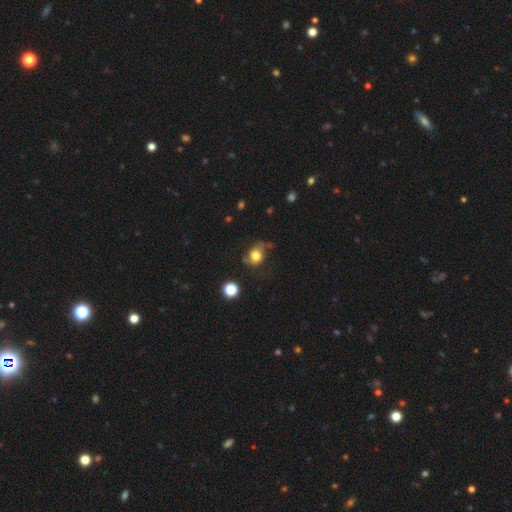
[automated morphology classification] Smooth or featured: smooth — 67% (featured or disk — 21%)
How rounded: round — 60% (in between — 39%)
Merging: none — 52% (minor disturbance — 28%)